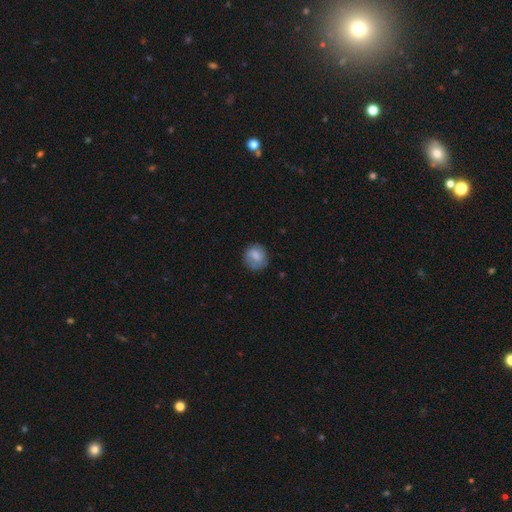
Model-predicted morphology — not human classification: Overall: smooth (75%). How rounded: round (79%). Merging: none (73%).